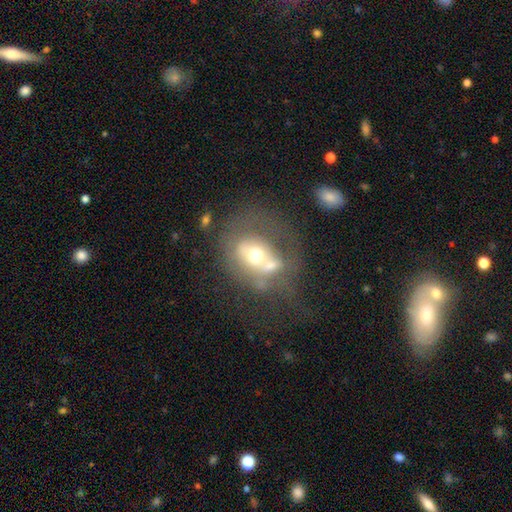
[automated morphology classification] Q: Smooth or featured?
A: featured or disk (47%); runner-up: smooth (42%)
Q: Merging?
A: merger (33%); runner-up: none (26%)